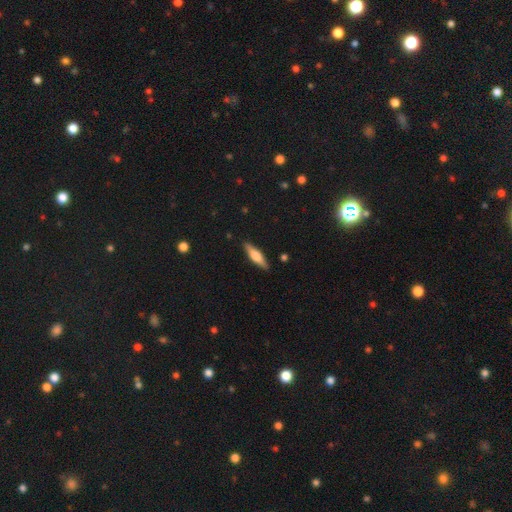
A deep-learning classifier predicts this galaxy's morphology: smooth-or-featured: smooth: 53% | featured or disk: 41% | star or artifact: 6%
  how-rounded: cigar-shaped: 67% | in between: 31% | round: 2%
  merging: none: 88% | minor disturbance: 9% | major disturbance: 2% | merger: 1%